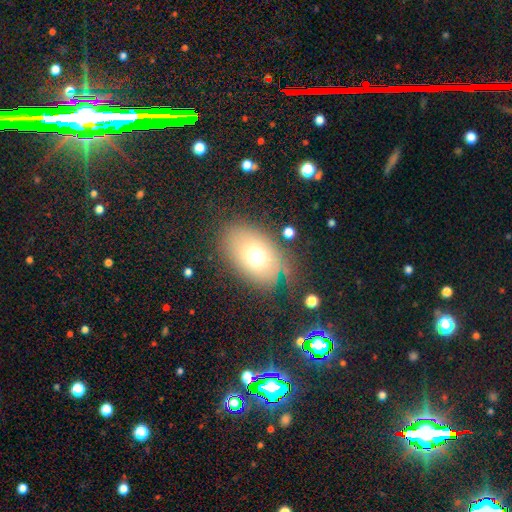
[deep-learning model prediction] Smooth or featured: smooth — 65% (featured or disk — 20%)
How rounded: in between — 78% (round — 21%)
Merging: none — 74% (minor disturbance — 14%)